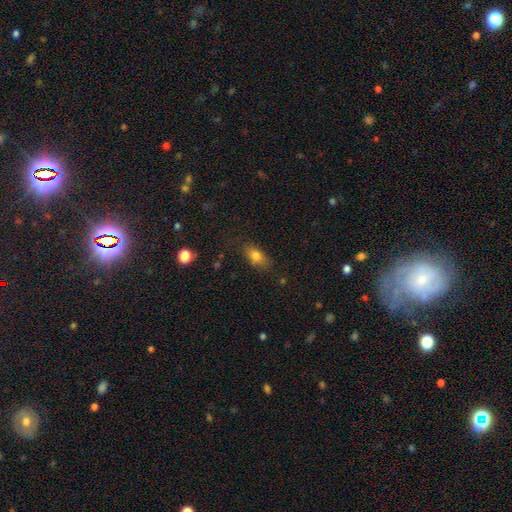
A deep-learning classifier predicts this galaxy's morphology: This appears to be a smooth galaxy with no disk features (78%) that is in between round and cigar-shaped (82%). Merging: none (74%).